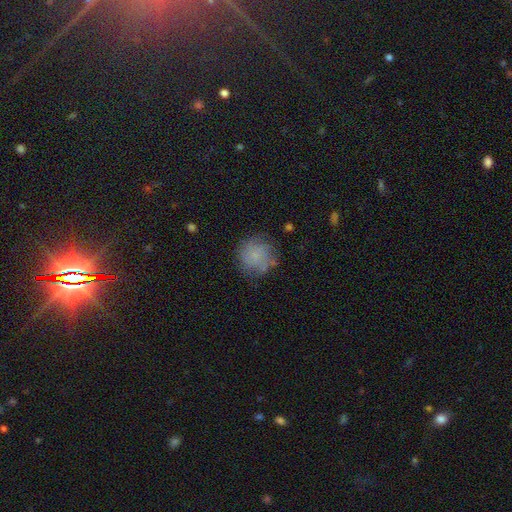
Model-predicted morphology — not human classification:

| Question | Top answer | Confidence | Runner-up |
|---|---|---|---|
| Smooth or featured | smooth | 51% | featured or disk (38%) |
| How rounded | round | 88% | in between (11%) |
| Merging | none | 71% | minor disturbance (19%) |